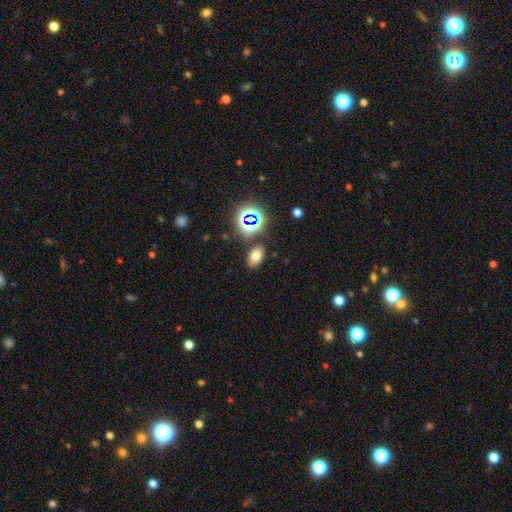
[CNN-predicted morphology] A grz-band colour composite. It shows a smooth galaxy with no disk features (67%) that is in between round and cigar-shaped (83%). Merging: none (83%).